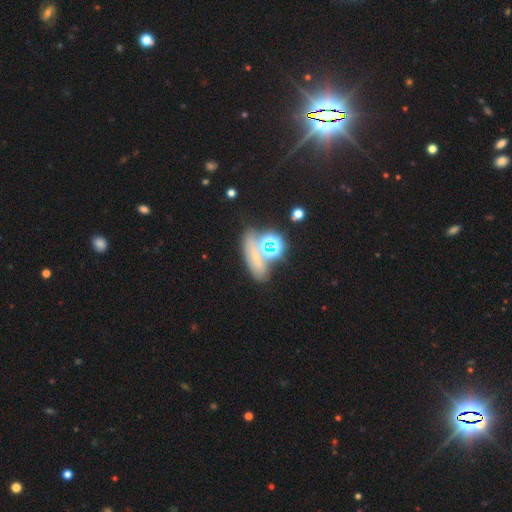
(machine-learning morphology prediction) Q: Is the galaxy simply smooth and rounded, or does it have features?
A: star or artifact — 45%.